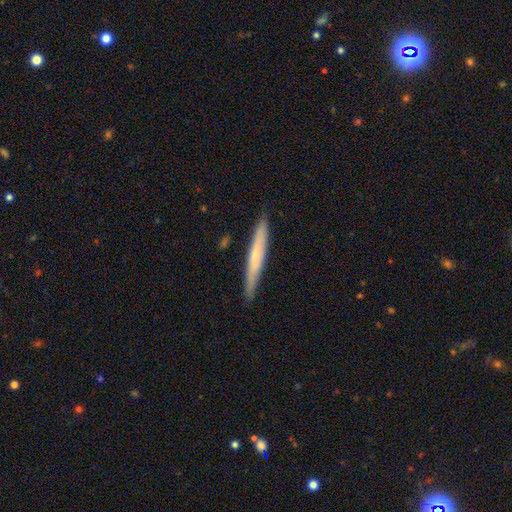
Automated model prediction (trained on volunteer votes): A smooth galaxy with no disk features (52%) that is cigar-shaped (96%).

Vote fractions:
- Smooth or featured? smooth: 52% / featured or disk: 43% / star or artifact: 6%
- How rounded? cigar-shaped: 96% / in between: 3% / round: 1%
- Merging? none: 90% / minor disturbance: 7% / major disturbance: 1% / merger: 1%